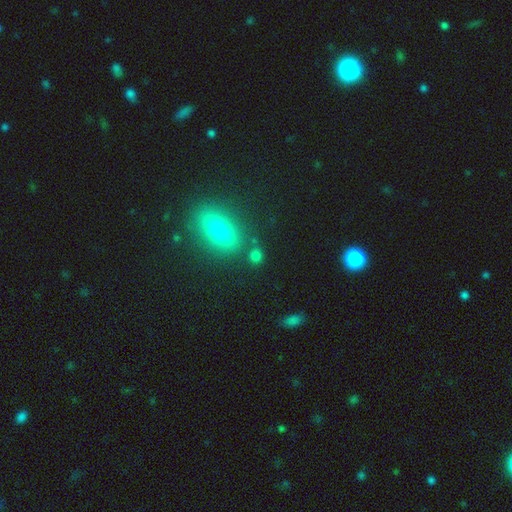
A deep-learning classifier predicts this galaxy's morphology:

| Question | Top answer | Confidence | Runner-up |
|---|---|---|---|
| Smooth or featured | smooth | 76% | star or artifact (17%) |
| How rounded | round | 68% | in between (28%) |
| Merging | none | 74% | merger (11%) |